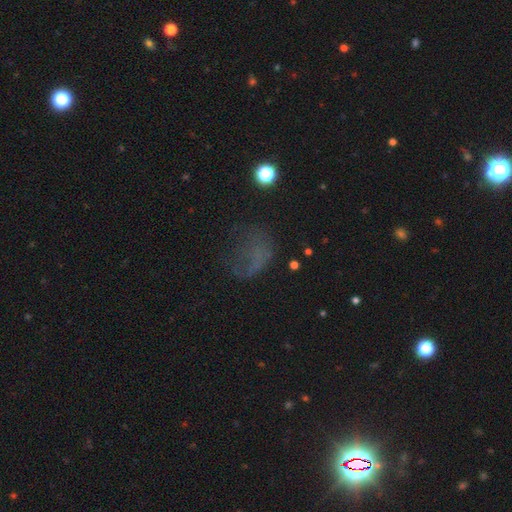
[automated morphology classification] Q: Smooth or featured?
A: smooth (41%); runner-up: star or artifact (31%)
Q: Merging?
A: major disturbance (39%); runner-up: none (38%)